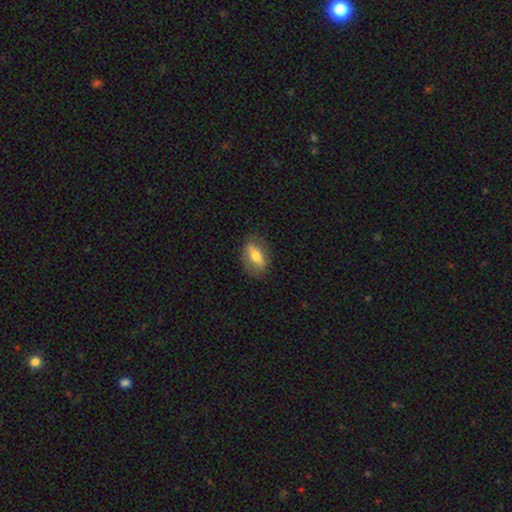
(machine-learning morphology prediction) A smooth galaxy with no disk features (60%) that is in between round and cigar-shaped (79%).

Vote fractions:
- Smooth or featured? smooth: 60% / featured or disk: 33% / star or artifact: 7%
- How rounded? in between: 79% / cigar-shaped: 12% / round: 9%
- Merging? none: 78% / minor disturbance: 16% / major disturbance: 5% / merger: 1%